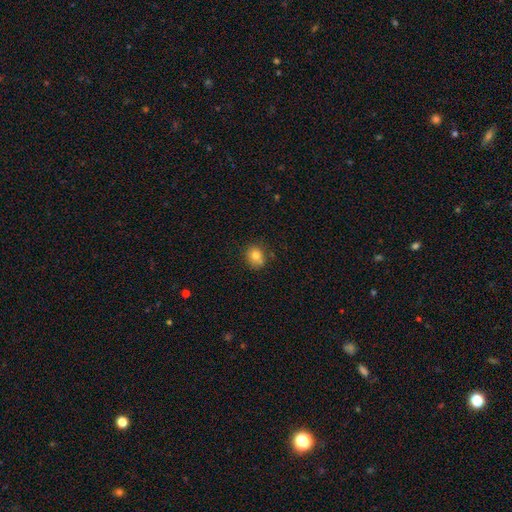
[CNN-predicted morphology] Smooth or featured? smooth (80%)
How rounded? round (70%)
Merging? none (73%)